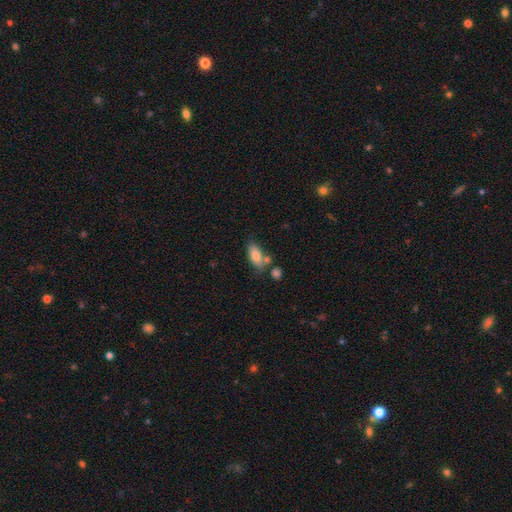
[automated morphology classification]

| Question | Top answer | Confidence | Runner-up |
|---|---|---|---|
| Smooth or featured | smooth | 78% | featured or disk (15%) |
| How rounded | in between | 83% | cigar-shaped (14%) |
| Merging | none | 60% | merger (18%) |